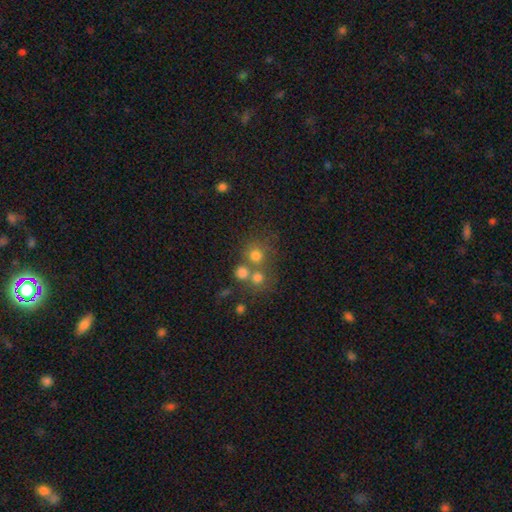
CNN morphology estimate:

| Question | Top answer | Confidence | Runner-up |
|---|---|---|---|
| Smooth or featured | smooth | 68% | star or artifact (18%) |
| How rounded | round | 87% | in between (12%) |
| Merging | none | 55% | merger (33%) |